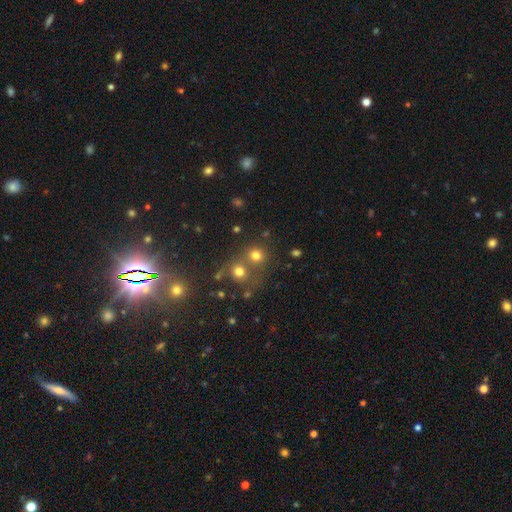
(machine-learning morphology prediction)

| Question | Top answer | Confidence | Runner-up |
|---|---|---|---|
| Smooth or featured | smooth | 72% | star or artifact (18%) |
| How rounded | round | 87% | in between (12%) |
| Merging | none | 56% | merger (32%) |